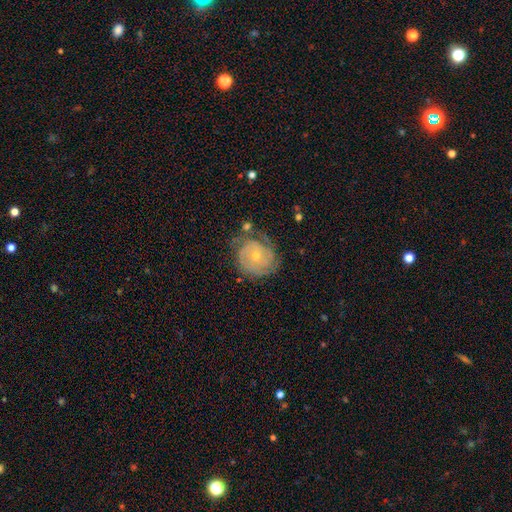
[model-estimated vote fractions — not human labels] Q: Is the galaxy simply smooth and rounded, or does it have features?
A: featured or disk — 77%.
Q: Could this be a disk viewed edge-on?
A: no — 98%.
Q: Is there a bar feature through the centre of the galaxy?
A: no — 78%.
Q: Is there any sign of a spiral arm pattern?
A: yes — 92%.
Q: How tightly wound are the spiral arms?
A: tight — 72%.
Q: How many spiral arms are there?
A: can't tell — 31%.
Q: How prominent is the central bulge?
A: small — 65%.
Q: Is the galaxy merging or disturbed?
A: none — 63%.